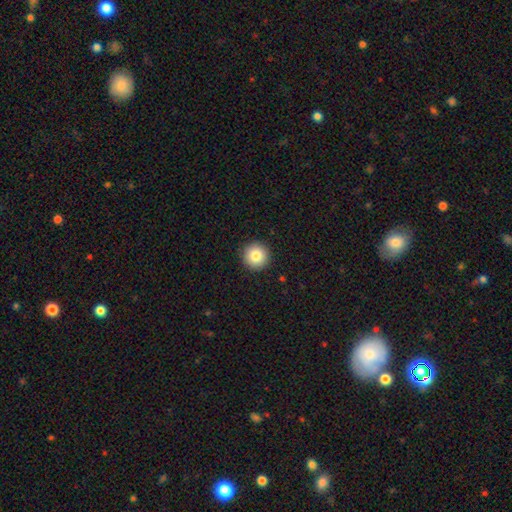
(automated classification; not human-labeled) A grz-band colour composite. It shows a smooth galaxy with no disk features (84%) that is round (96%). Merging: none (93%).